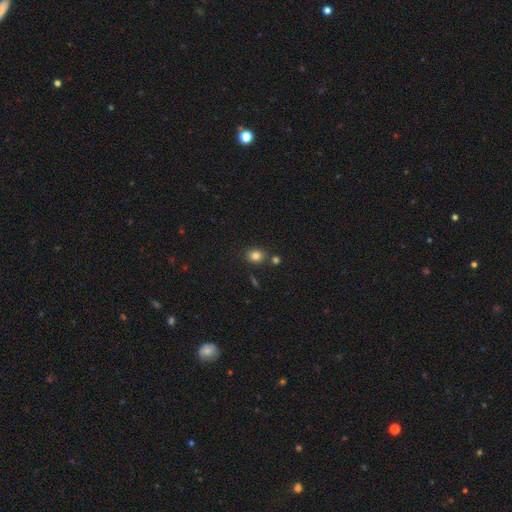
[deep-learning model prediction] A smooth galaxy with no disk features (81%) that is round (64%).

Vote fractions:
- Smooth or featured? smooth: 81% / star or artifact: 12% / featured or disk: 6%
- How rounded? round: 64% / in between: 35% / cigar-shaped: 1%
- Merging? none: 77% / minor disturbance: 10% / merger: 10% / major disturbance: 3%